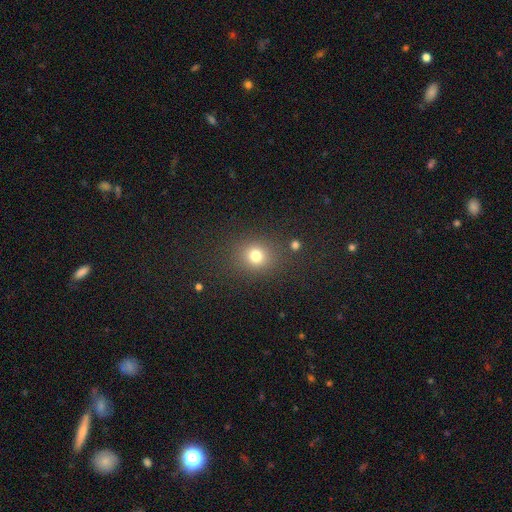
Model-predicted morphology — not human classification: The model was most divided on "how rounded": round: 77%, in between: 22%, cigar-shaped: 1%. More confident: merging — none (82%); smooth or featured — smooth (77%).